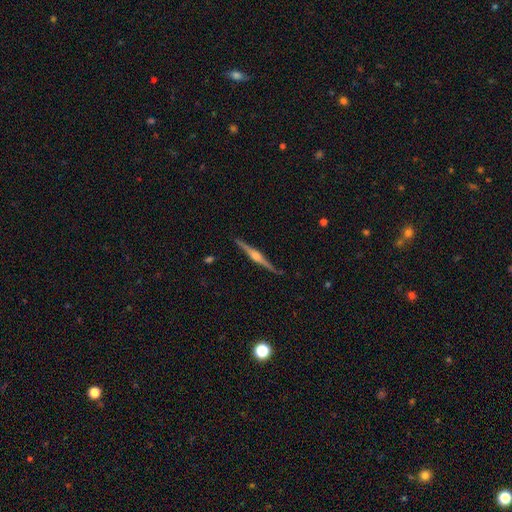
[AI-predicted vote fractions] featured or disk 83%, smooth 12%, star or artifact 5%. Down the decision tree: edge-on disk — yes (98%); edge-on bulge — rounded (81%); merging — none (90%).